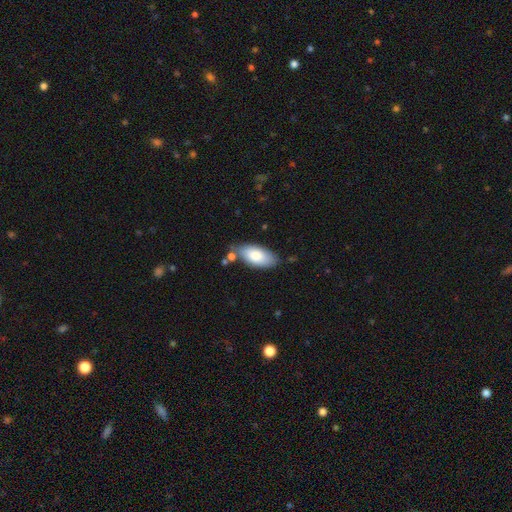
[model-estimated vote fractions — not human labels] Smooth or featured: smooth — 81% (featured or disk — 14%)
How rounded: in between — 91% (cigar-shaped — 7%)
Merging: none — 71% (minor disturbance — 18%)